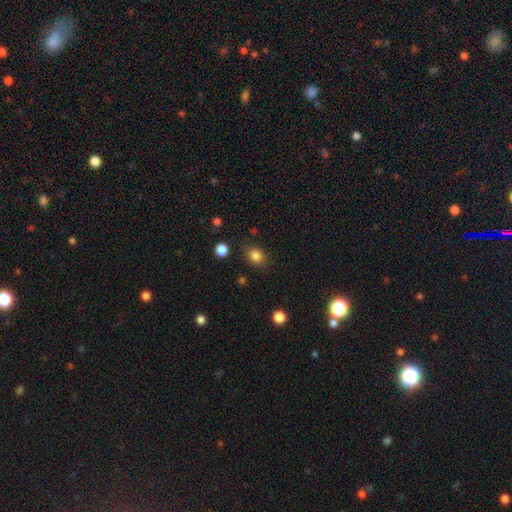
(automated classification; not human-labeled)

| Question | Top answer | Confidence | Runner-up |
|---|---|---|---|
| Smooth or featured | smooth | 84% | star or artifact (11%) |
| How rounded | round | 55% | in between (45%) |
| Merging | none | 83% | minor disturbance (12%) |